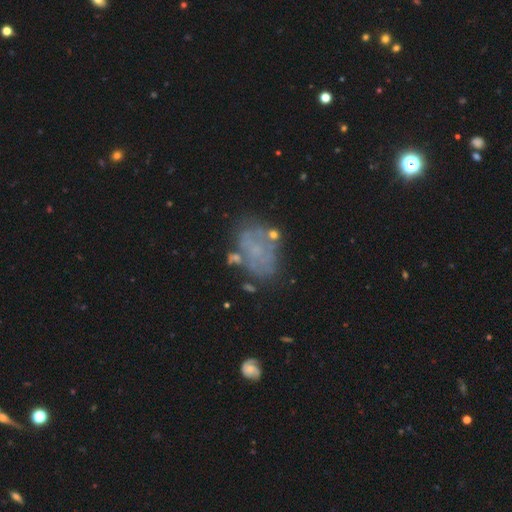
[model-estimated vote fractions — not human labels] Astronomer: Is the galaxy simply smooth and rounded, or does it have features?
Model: featured or disk — 50% (runner-up: smooth, 33%).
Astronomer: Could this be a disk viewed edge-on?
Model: no — 97%.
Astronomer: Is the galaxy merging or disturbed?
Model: none — 55%.